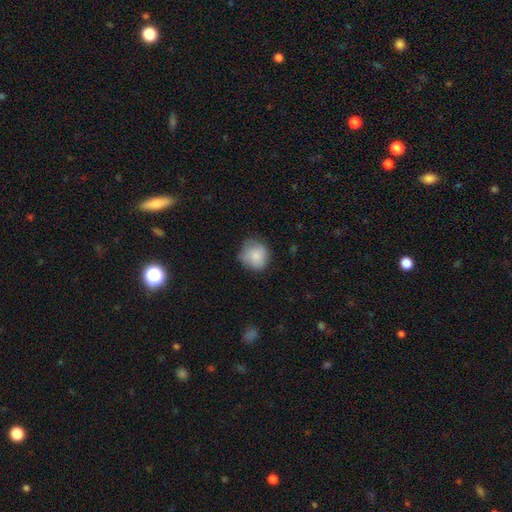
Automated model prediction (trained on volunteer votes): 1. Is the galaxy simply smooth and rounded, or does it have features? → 81% smooth, 12% featured or disk, 7% star or artifact.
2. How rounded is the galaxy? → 85% round, 14% in between, 1% cigar-shaped.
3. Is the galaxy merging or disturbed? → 66% none, 26% minor disturbance, 6% major disturbance, 1% merger.